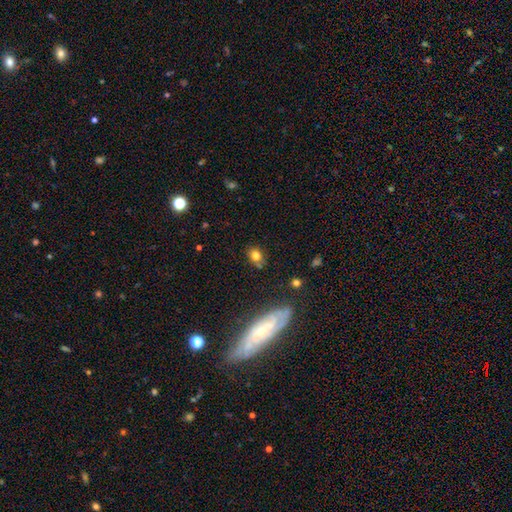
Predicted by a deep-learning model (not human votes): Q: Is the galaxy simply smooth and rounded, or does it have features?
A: smooth — 74%.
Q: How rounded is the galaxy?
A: in between — 50%.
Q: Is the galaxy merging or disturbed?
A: none — 71%.